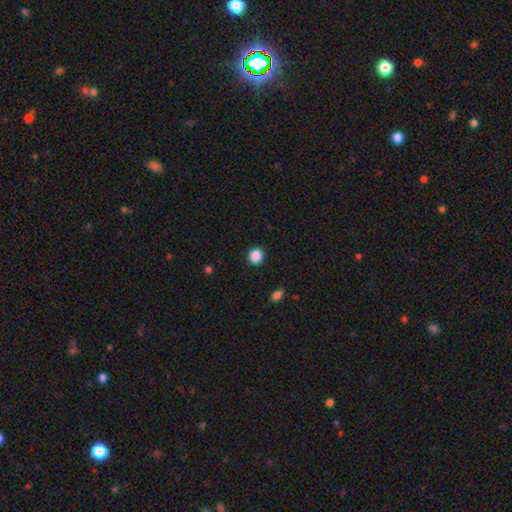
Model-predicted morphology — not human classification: Q: Smooth or featured?
A: smooth (88%); runner-up: star or artifact (10%)
Q: How rounded?
A: round (90%); runner-up: in between (9%)
Q: Merging?
A: none (91%); runner-up: minor disturbance (6%)